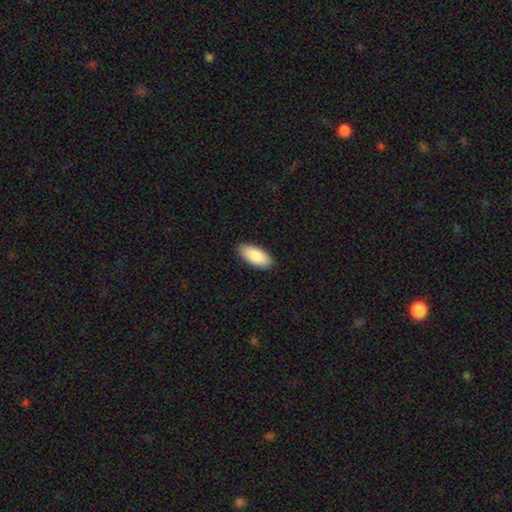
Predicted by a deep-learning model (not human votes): A smooth galaxy with no disk features (89%) that is in between round and cigar-shaped (90%). Merging: none (89%).